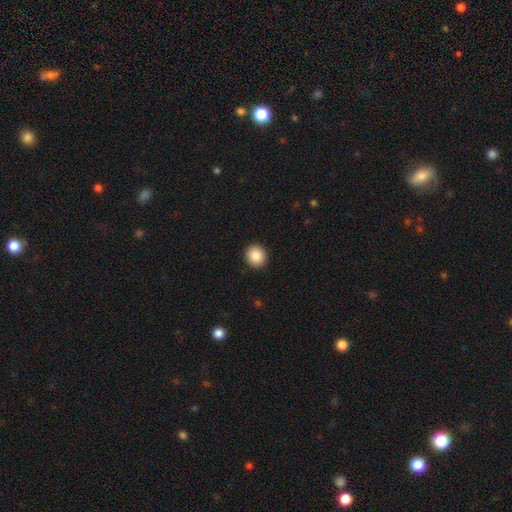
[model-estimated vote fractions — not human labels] smooth 88%, star or artifact 8%, featured or disk 4%. Down the decision tree: how rounded — round (89%); merging — none (93%).